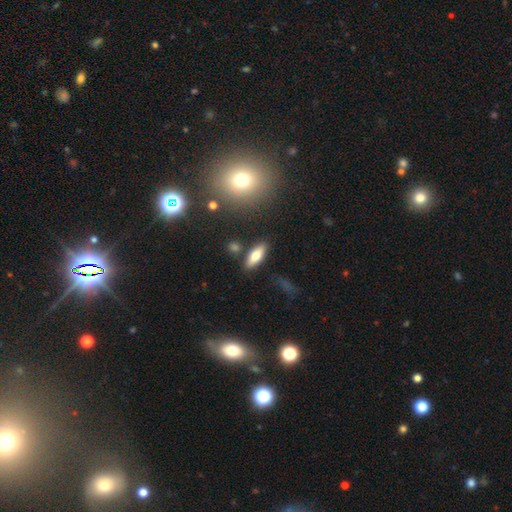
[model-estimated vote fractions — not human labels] This is likely a smooth galaxy (68%). How rounded: likely in between (67%). Merging: clearly none (83%).